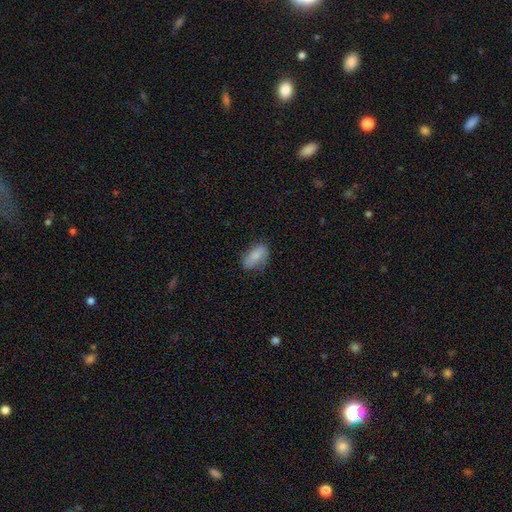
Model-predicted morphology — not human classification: Smooth or featured?
  - smooth: 80% *
  - featured or disk: 13%
  - star or artifact: 7%
How rounded?
  - in between: 89% *
  - cigar-shaped: 7%
  - round: 4%
Merging?
  - none: 67% *
  - minor disturbance: 25%
  - major disturbance: 7%
  - merger: 1%